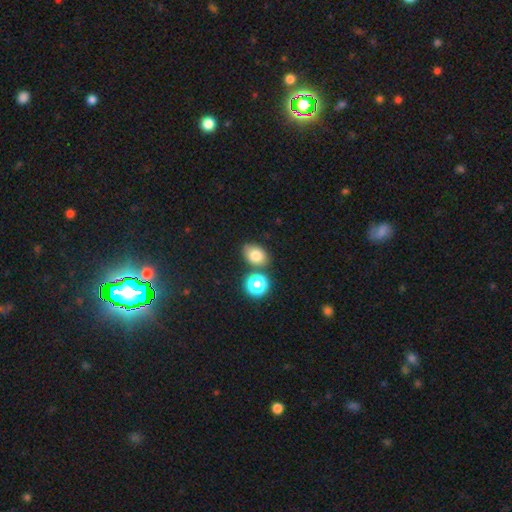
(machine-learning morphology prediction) The model was most divided on "how rounded": in between: 72%, round: 27%, cigar-shaped: 1%. More confident: smooth or featured — smooth (78%); merging — none (69%).